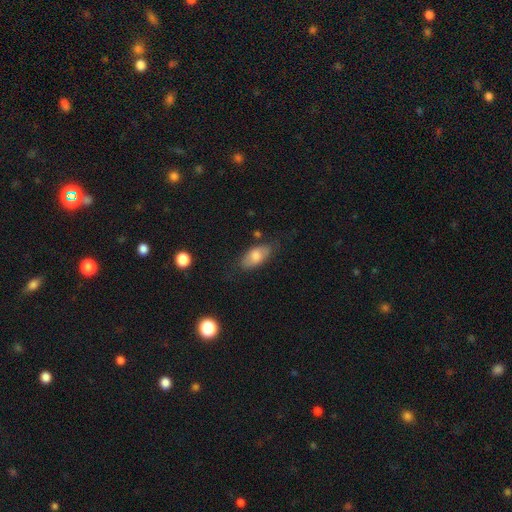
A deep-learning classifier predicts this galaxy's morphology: A smooth galaxy with no disk features (72%) that is in between round and cigar-shaped (88%). Merging: none (72%).